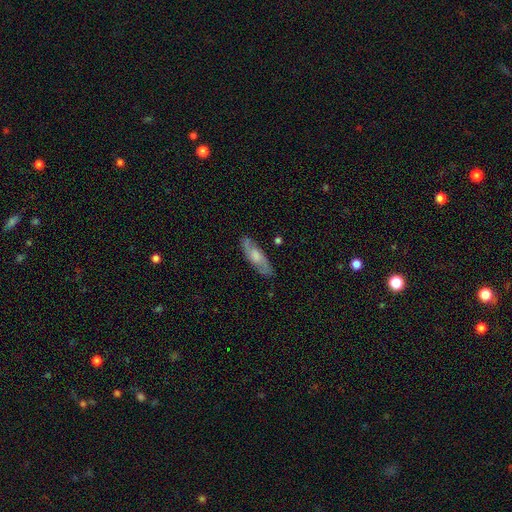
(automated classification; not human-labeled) This appears to be a featured or disk galaxy (56%). Merging: none (82%).